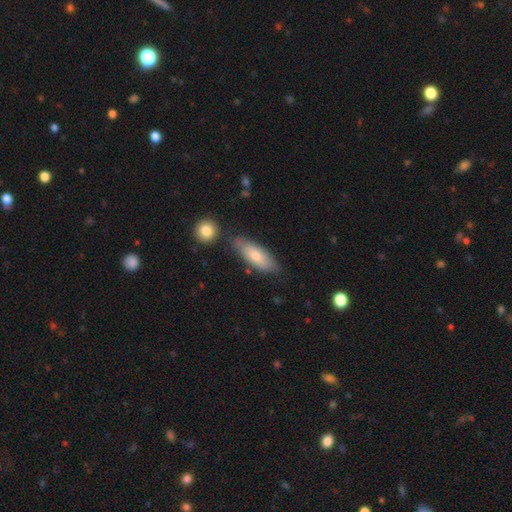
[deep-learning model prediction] Smooth or featured? smooth (73%)
How rounded? in between (67%)
Merging? none (72%)